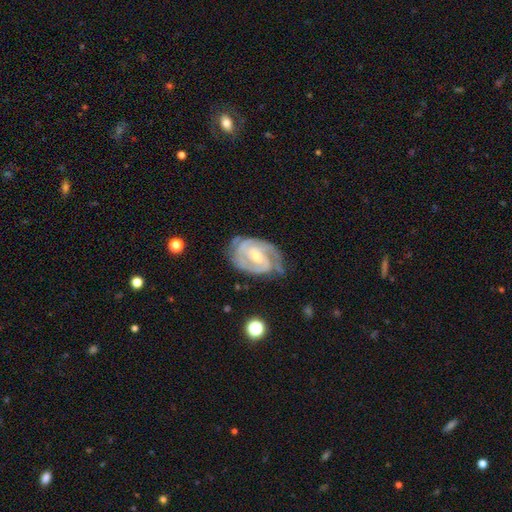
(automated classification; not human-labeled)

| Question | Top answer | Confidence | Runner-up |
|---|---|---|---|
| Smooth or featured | featured or disk | 91% | smooth (5%) |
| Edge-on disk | no | 97% | yes (3%) |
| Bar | weak | 50% | no (26%) |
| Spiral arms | yes | 98% | no (2%) |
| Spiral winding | tight | 61% | medium (34%) |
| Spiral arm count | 2 | 62% | 3 (19%) |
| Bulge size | small | 52% | moderate (44%) |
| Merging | none | 66% | minor disturbance (23%) |